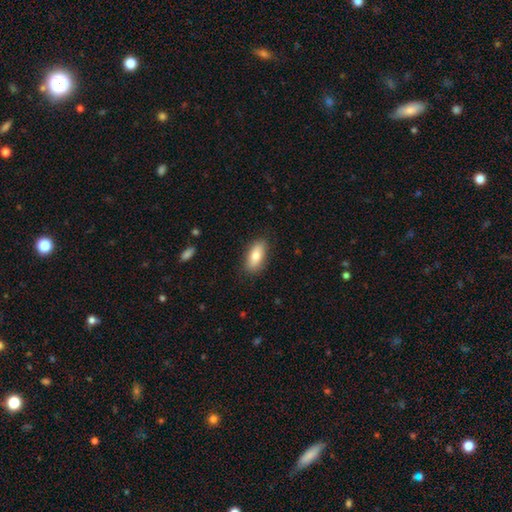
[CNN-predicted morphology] This is likely a smooth galaxy (78%). How rounded: clearly in between (84%). Merging: clearly none (85%).